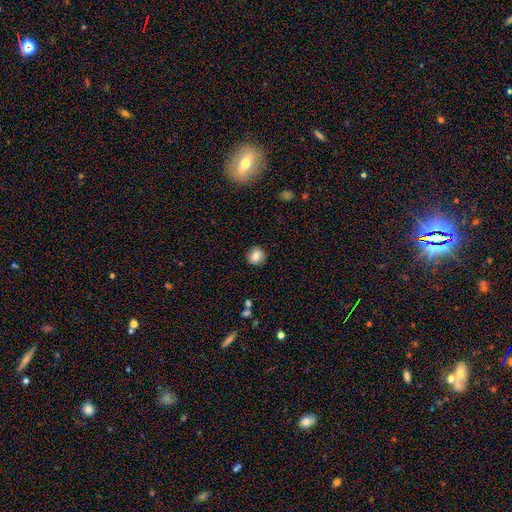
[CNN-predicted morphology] Smooth or featured: smooth — 79% (featured or disk — 11%)
How rounded: round — 85% (in between — 14%)
Merging: none — 87% (minor disturbance — 9%)